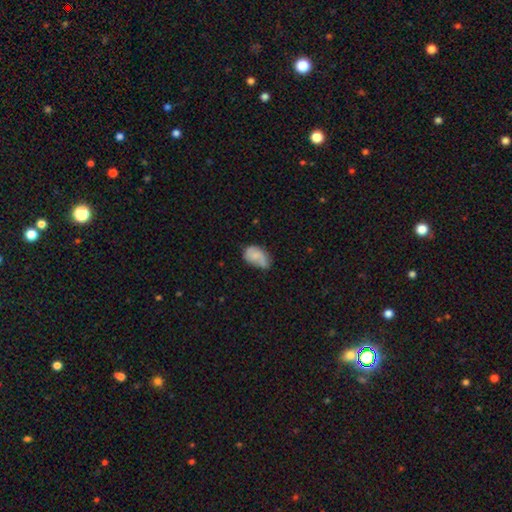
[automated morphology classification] The model was most divided on "merging": minor disturbance: 42%, none: 40%, major disturbance: 14%, merger: 3%. More confident: how rounded — in between (88%); smooth or featured — smooth (68%).